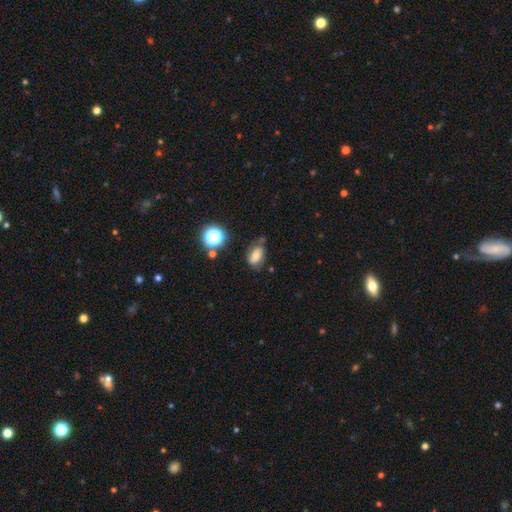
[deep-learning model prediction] Morphology: type=smooth (67%); roundness=in between (82%); merging=none (56%).